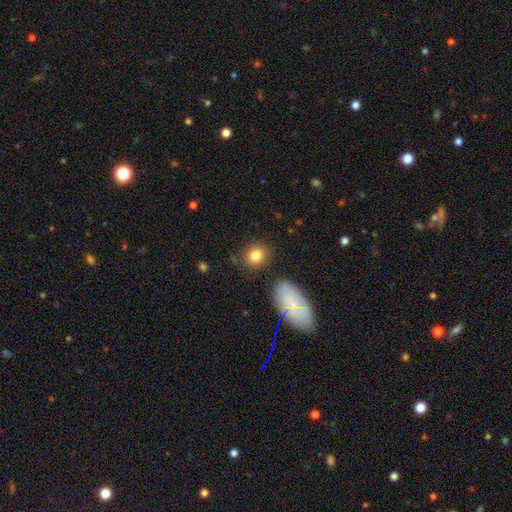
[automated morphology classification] A smooth galaxy with no disk features (82%) that is round (76%). Merging: none (85%).